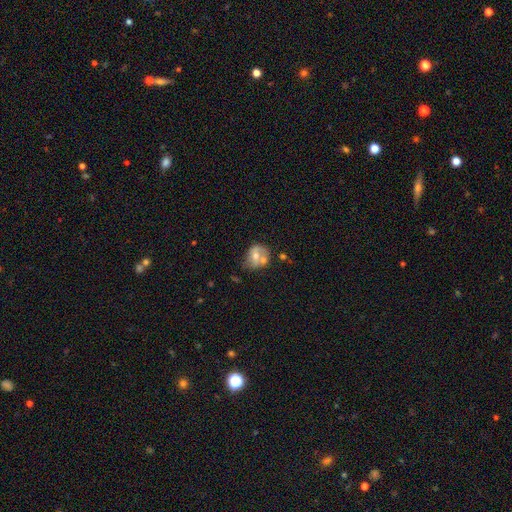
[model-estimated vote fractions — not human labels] Smooth or featured? smooth (52%)
How rounded? round (56%)
Merging? none (40%)